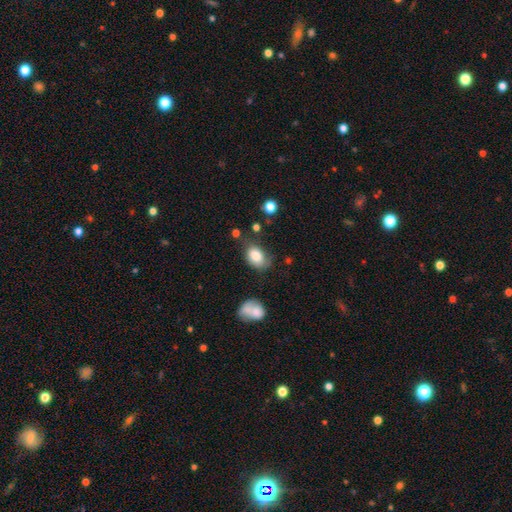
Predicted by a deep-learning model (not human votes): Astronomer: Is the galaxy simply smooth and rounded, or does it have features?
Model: smooth — 83%.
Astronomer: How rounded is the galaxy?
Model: in between — 81%.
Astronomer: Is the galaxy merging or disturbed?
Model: none — 56%.